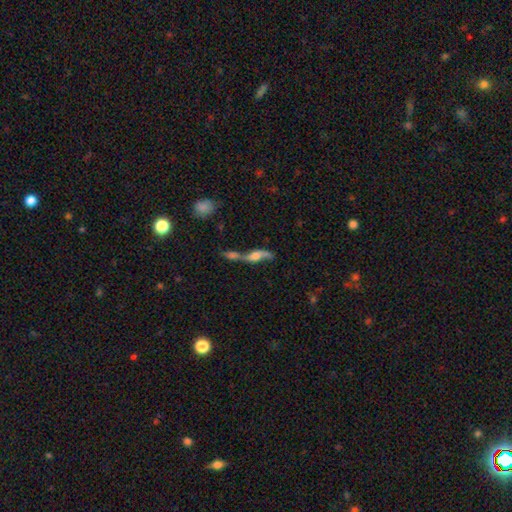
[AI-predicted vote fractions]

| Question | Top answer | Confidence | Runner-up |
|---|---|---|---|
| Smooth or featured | featured or disk | 66% | smooth (25%) |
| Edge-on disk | no | 69% | yes (31%) |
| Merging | merger | 61% | none (21%) |